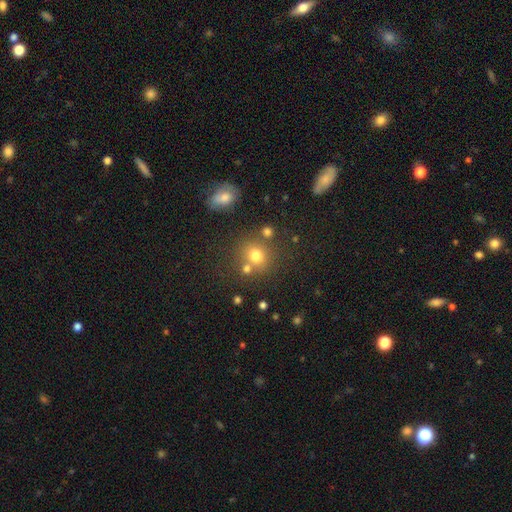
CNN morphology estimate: smooth-or-featured: smooth: 74% | star or artifact: 17% | featured or disk: 10%
  how-rounded: round: 81% | in between: 18% | cigar-shaped: 1%
  merging: none: 68% | merger: 17% | minor disturbance: 11% | major disturbance: 4%